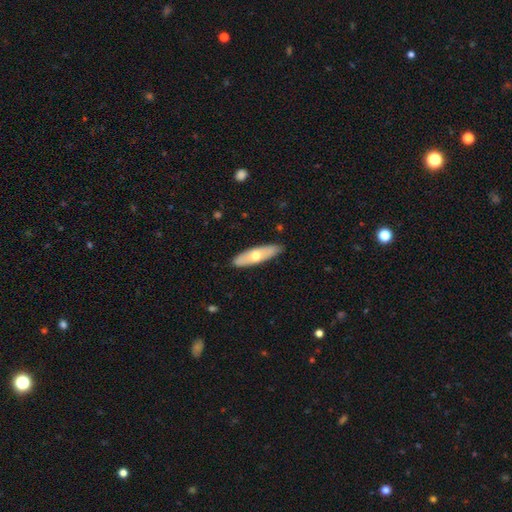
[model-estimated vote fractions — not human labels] A smooth galaxy with no disk features (55%) that is cigar-shaped (56%). Merging: none (87%).